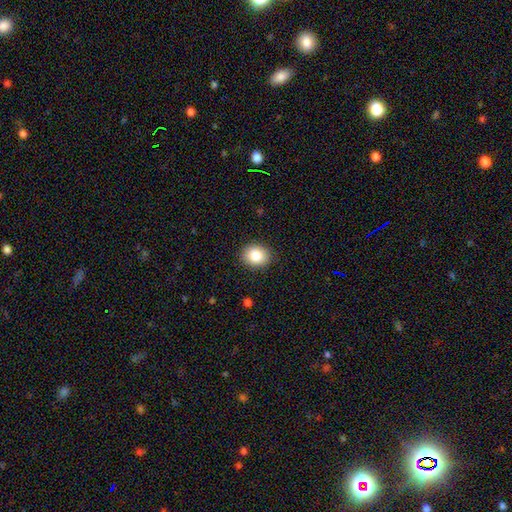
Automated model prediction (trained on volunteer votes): Smooth or featured: smooth — 84% (star or artifact — 9%)
How rounded: round — 56% (in between — 44%)
Merging: none — 90% (minor disturbance — 8%)